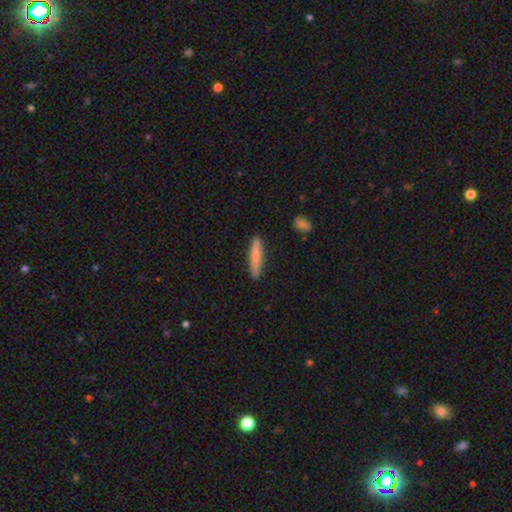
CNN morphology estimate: smooth-or-featured: smooth: 75% | featured or disk: 19% | star or artifact: 6%
  how-rounded: cigar-shaped: 91% | in between: 7% | round: 1%
  merging: none: 88% | minor disturbance: 9% | major disturbance: 2% | merger: 2%